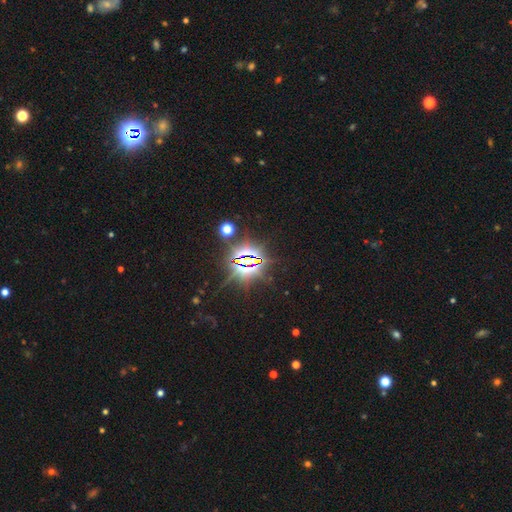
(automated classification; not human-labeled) A star or artifact, not a galaxy (83%).